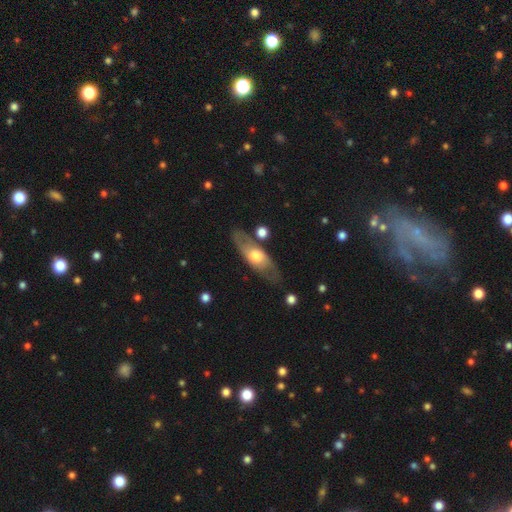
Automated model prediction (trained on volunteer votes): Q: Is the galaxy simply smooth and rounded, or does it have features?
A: featured or disk — 53%.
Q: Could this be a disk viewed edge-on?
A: no — 57%.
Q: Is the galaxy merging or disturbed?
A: none — 72%.